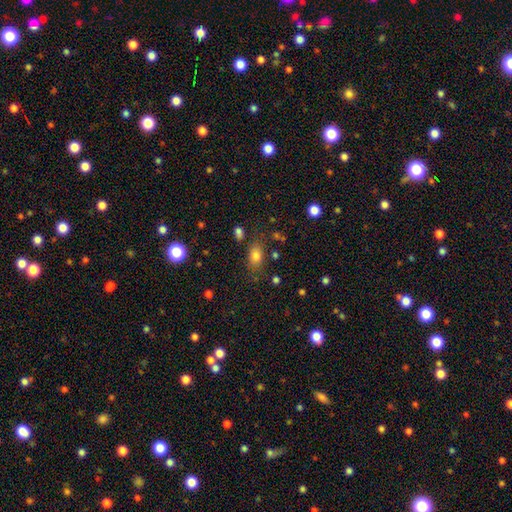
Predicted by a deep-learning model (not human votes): Overall: smooth (78%). How rounded: in between (81%). Merging: none (73%).